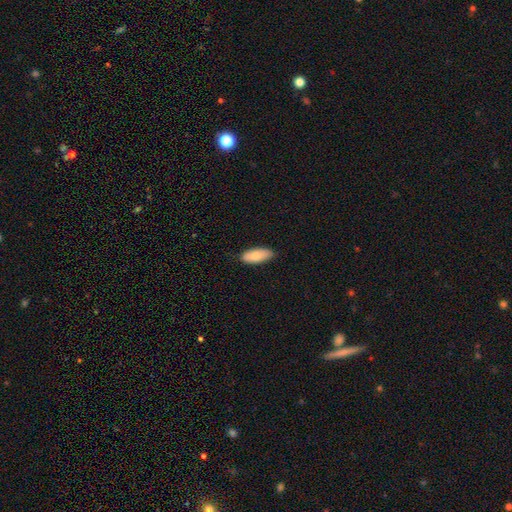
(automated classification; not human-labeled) smooth 80%, featured or disk 14%, star or artifact 6%. Down the decision tree: how rounded — in between (85%); merging — none (84%).